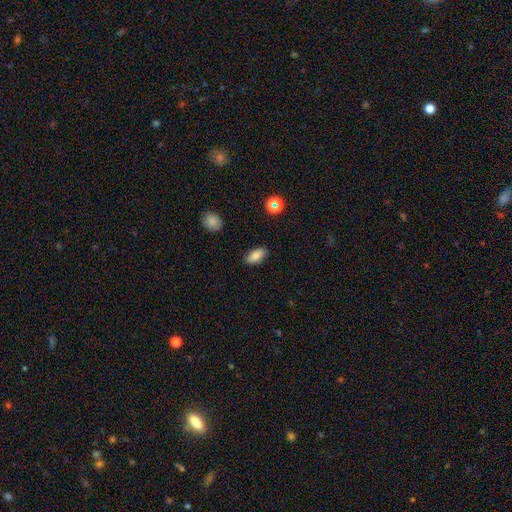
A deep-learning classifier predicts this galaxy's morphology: smooth 82%, star or artifact 9%, featured or disk 8%. Down the decision tree: how rounded — in between (91%); merging — none (86%).